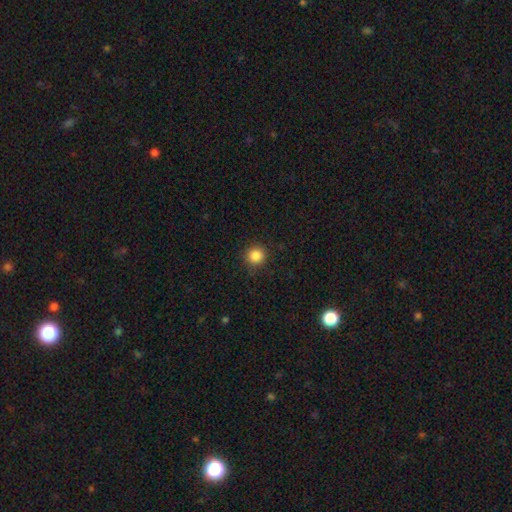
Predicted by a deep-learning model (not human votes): This is clearly a smooth galaxy (85%). How rounded: clearly round (94%). Merging: clearly none (90%).